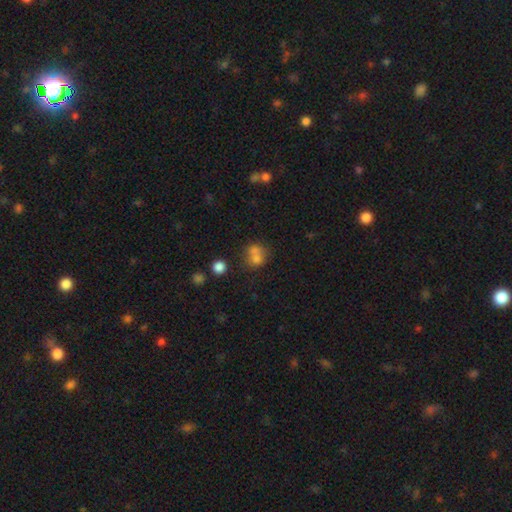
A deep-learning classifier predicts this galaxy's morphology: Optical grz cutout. It shows a smooth galaxy with no disk features (70%) that is round (71%). Merging: merger (48%).